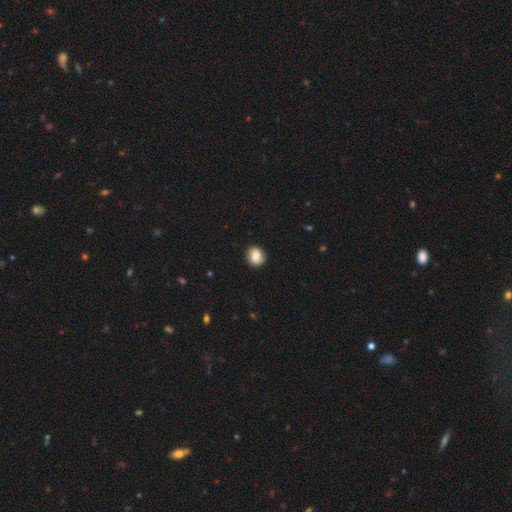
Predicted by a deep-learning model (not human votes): smooth 78%, featured or disk 13%, star or artifact 8%. Down the decision tree: how rounded — round (69%); merging — none (85%).